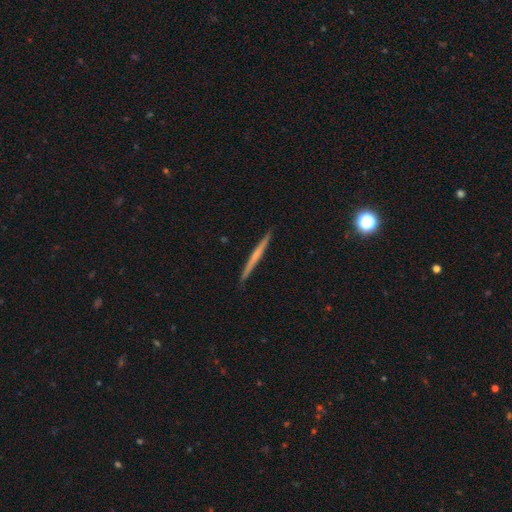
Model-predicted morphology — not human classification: smooth_or_featured: featured or disk (p=0.55) [alt: smooth p=0.39]
disk_edge_on: yes (p=0.98) [alt: no p=0.02]
edge_on_bulge: none (p=0.78) [alt: rounded p=0.16]
merging: none (p=0.92) [alt: minor disturbance p=0.05]